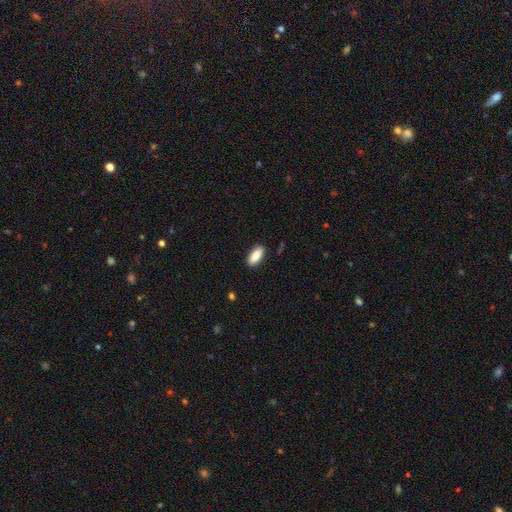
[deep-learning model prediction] Q: Smooth or featured?
A: smooth (86%); runner-up: featured or disk (7%)
Q: How rounded?
A: in between (82%); runner-up: cigar-shaped (16%)
Q: Merging?
A: none (88%); runner-up: minor disturbance (9%)